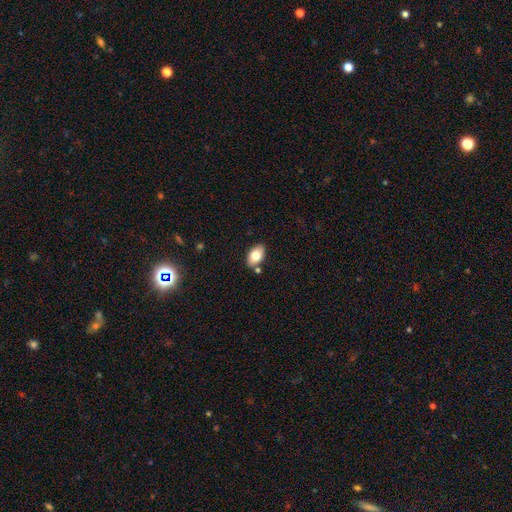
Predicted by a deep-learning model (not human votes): This appears to be a smooth galaxy with no disk features (78%) that is in between round and cigar-shaped (91%). Merging: none (79%).